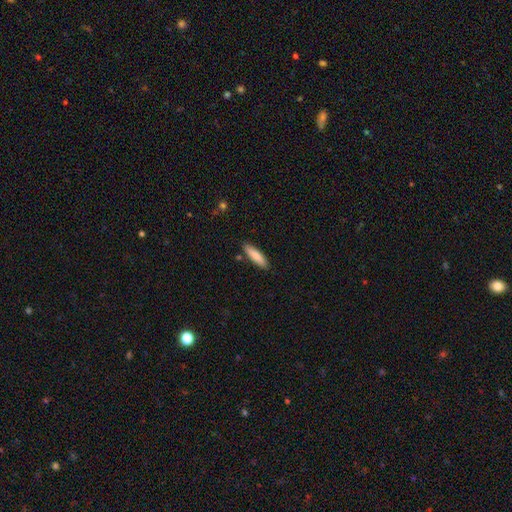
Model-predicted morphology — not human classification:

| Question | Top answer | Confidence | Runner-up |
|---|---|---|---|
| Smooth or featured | smooth | 80% | featured or disk (14%) |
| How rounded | cigar-shaped | 72% | in between (27%) |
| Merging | none | 86% | minor disturbance (9%) |